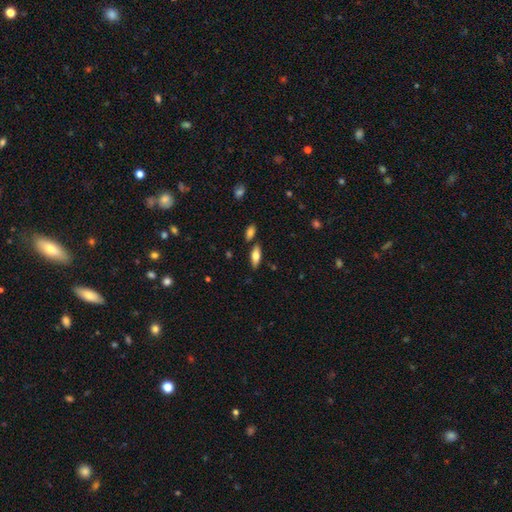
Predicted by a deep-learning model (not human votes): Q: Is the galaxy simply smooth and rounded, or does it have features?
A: smooth — 68%.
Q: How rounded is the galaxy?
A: in between — 76%.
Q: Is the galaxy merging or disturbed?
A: none — 80%.